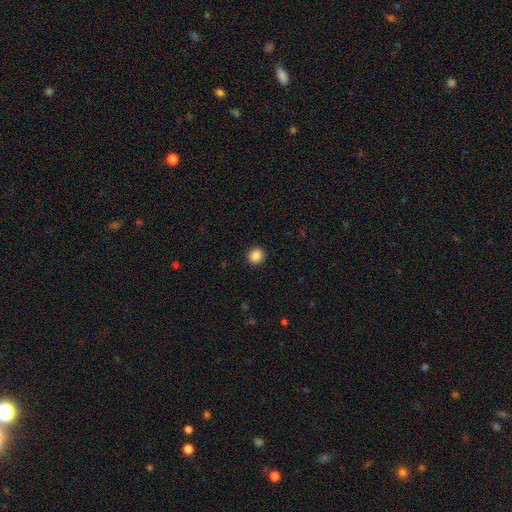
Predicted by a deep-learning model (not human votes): smooth-or-featured: smooth: 87% | star or artifact: 9% | featured or disk: 3%
  how-rounded: round: 92% | in between: 7% | cigar-shaped: 1%
  merging: none: 93% | minor disturbance: 5% | major disturbance: 2% | merger: 1%